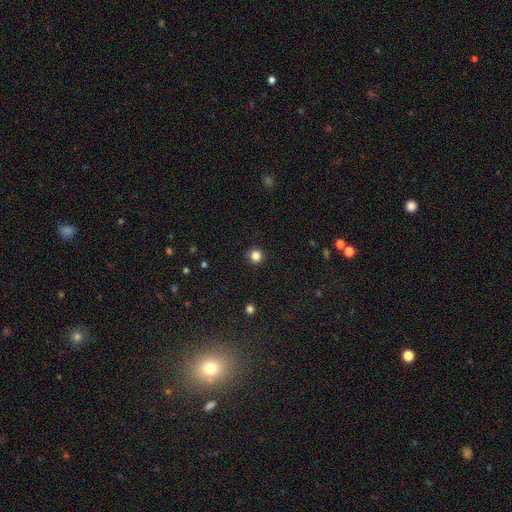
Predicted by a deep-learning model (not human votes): Smooth or featured?
  - smooth: 84% *
  - star or artifact: 12%
  - featured or disk: 4%
How rounded?
  - round: 94% *
  - in between: 5%
  - cigar-shaped: 1%
Merging?
  - none: 90% *
  - minor disturbance: 7%
  - major disturbance: 2%
  - merger: 1%